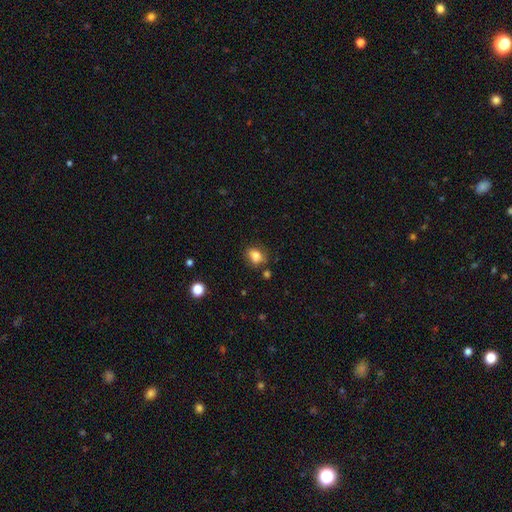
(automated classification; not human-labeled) Smooth or featured?
  - smooth: 80% *
  - star or artifact: 11%
  - featured or disk: 9%
How rounded?
  - in between: 61% *
  - round: 38%
  - cigar-shaped: 2%
Merging?
  - none: 69% *
  - minor disturbance: 18%
  - merger: 9%
  - major disturbance: 4%